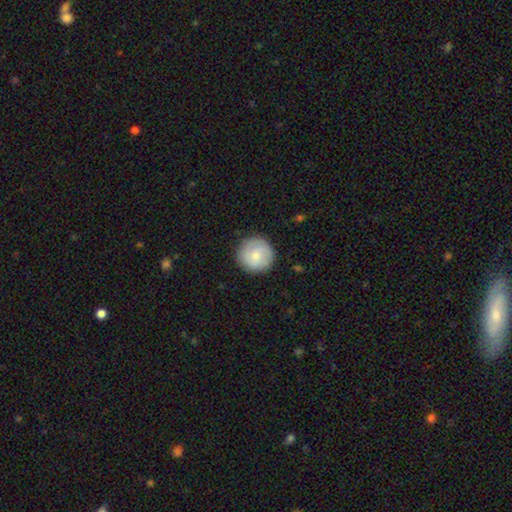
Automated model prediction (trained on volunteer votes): This appears to be a smooth galaxy with no disk features (74%) that is round (96%). Merging: none (88%).